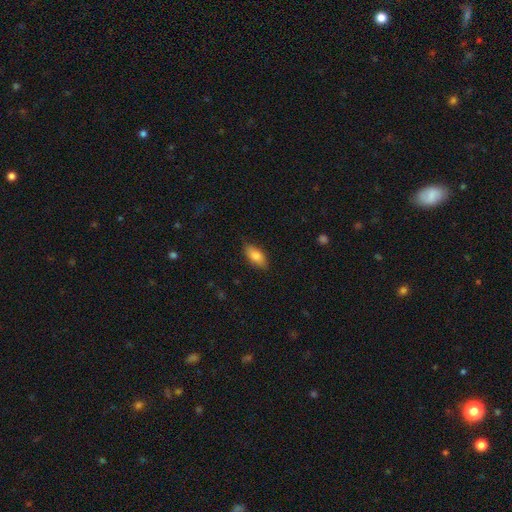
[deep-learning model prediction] This is clearly a smooth galaxy (81%). How rounded: clearly in between (87%). Merging: clearly none (82%).